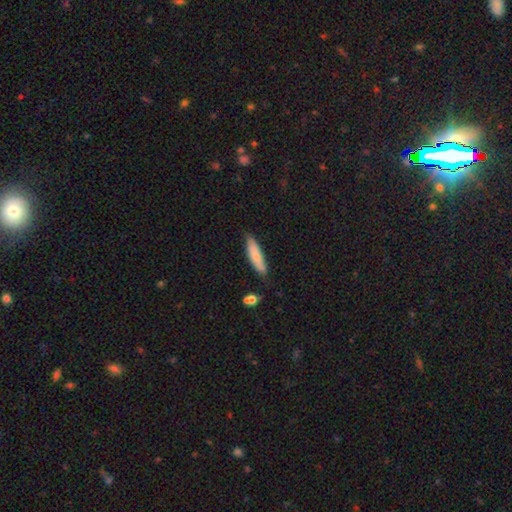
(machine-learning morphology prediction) Smooth or featured? smooth (77%)
How rounded? cigar-shaped (71%)
Merging? none (74%)